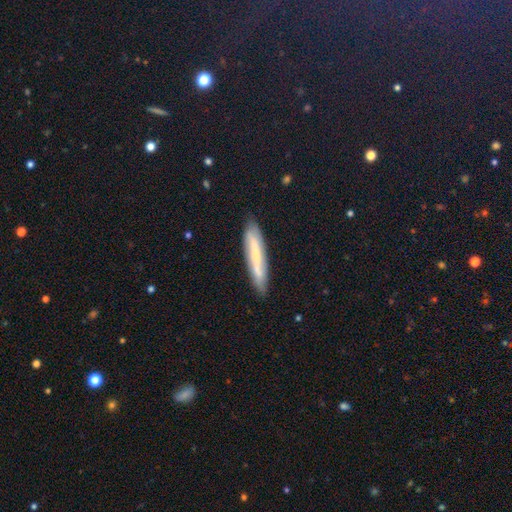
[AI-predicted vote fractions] smooth_or_featured: smooth (p=0.49) [alt: featured or disk p=0.44]
merging: none (p=0.84) [alt: minor disturbance p=0.12]